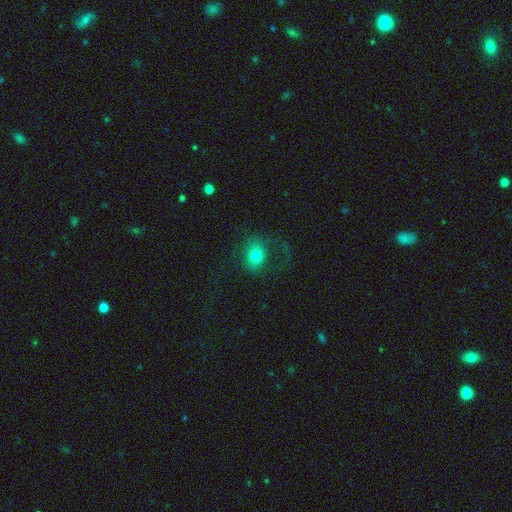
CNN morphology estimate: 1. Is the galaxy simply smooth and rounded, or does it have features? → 71% smooth, 18% featured or disk, 11% star or artifact.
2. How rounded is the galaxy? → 51% round, 48% in between, 1% cigar-shaped.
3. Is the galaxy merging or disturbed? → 56% none, 26% major disturbance, 16% minor disturbance, 2% merger.